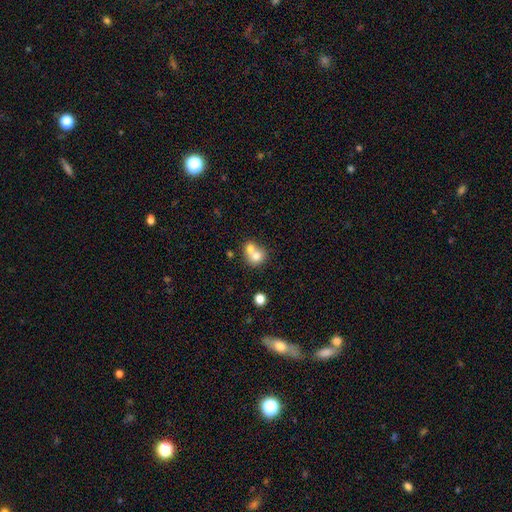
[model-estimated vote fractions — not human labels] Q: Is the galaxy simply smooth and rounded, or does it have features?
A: smooth — 72%.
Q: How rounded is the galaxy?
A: round — 75%.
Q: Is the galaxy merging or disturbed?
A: merger — 64%.